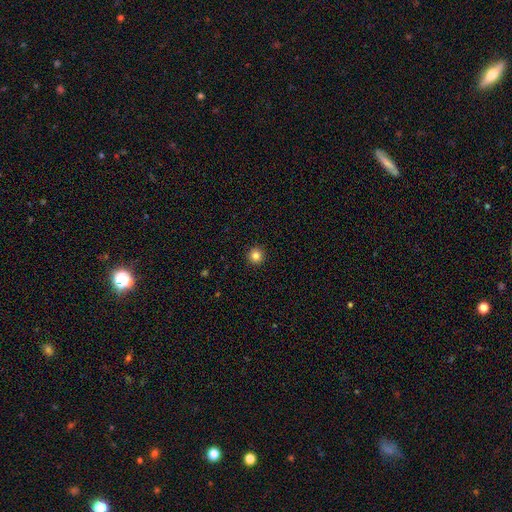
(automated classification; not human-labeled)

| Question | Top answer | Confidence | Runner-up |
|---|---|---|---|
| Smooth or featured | smooth | 83% | star or artifact (11%) |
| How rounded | round | 96% | in between (3%) |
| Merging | none | 93% | minor disturbance (4%) |